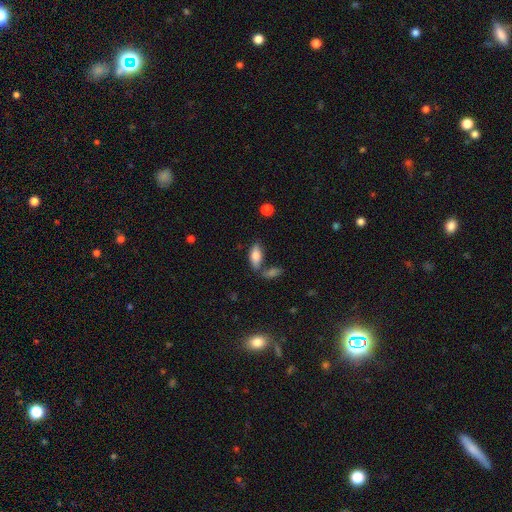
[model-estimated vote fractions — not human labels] Q: Smooth or featured?
A: smooth (78%); runner-up: featured or disk (15%)
Q: How rounded?
A: in between (82%); runner-up: cigar-shaped (15%)
Q: Merging?
A: none (64%); runner-up: merger (17%)